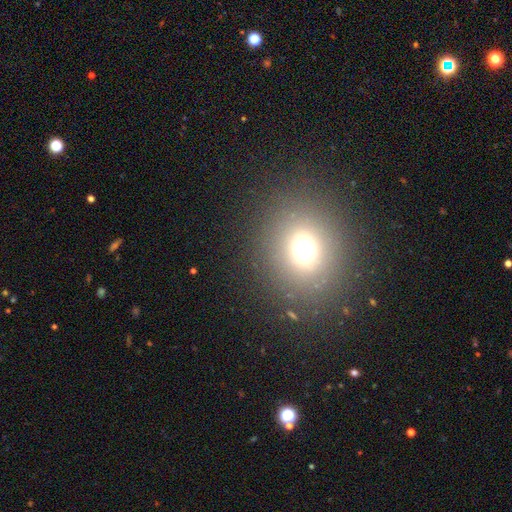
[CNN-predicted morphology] The model was most divided on "how rounded": round: 64%, in between: 35%, cigar-shaped: 2%. More confident: merging — none (90%); smooth or featured — smooth (65%).